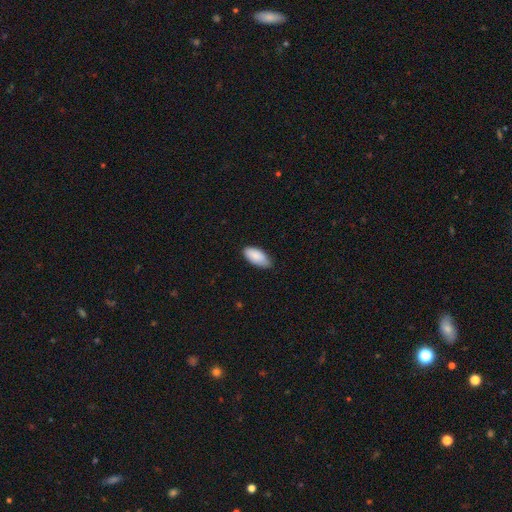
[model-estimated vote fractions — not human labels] smooth_or_featured: smooth (p=0.89) [alt: star or artifact p=0.06]
how_rounded: in between (p=0.93) [alt: cigar-shaped p=0.06]
merging: none (p=0.74) [alt: minor disturbance p=0.23]